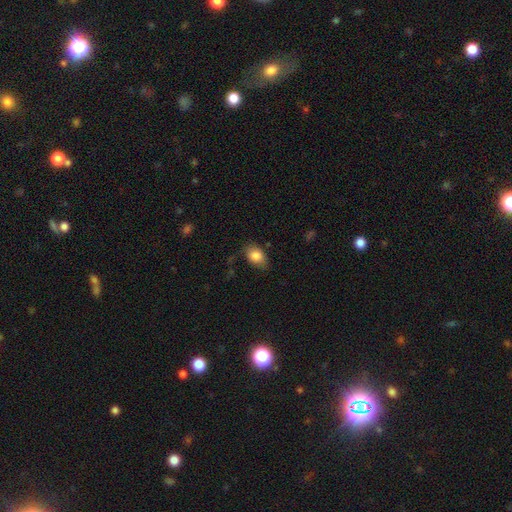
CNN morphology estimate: This is clearly a smooth galaxy (84%). How rounded: clearly in between (83%). Merging: likely none (73%).